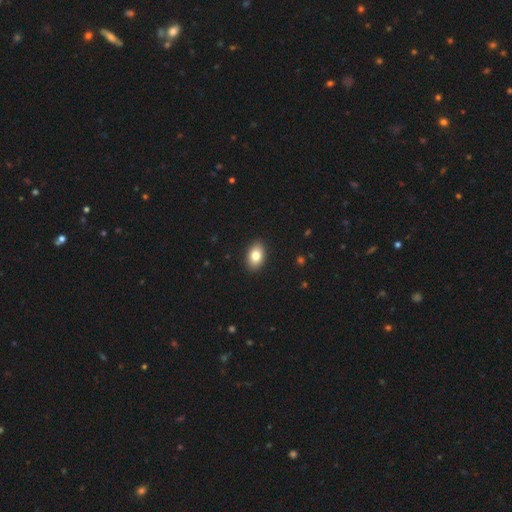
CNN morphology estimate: smooth_or_featured: smooth (p=0.81) [alt: featured or disk p=0.11]
how_rounded: in between (p=0.87) [alt: round p=0.12]
merging: none (p=0.90) [alt: minor disturbance p=0.07]